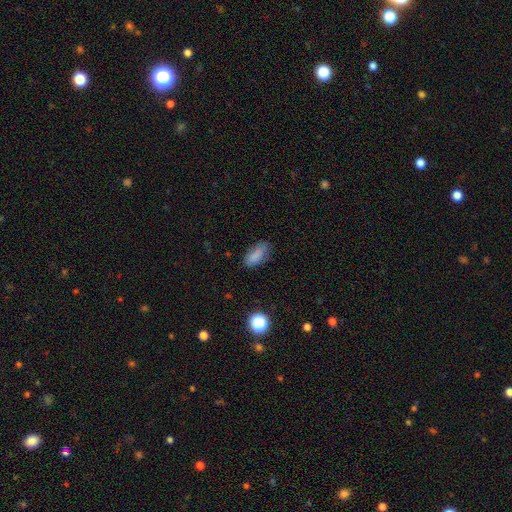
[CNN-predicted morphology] smooth 81%, star or artifact 11%, featured or disk 8%. Down the decision tree: how rounded — in between (86%); merging — none (70%).